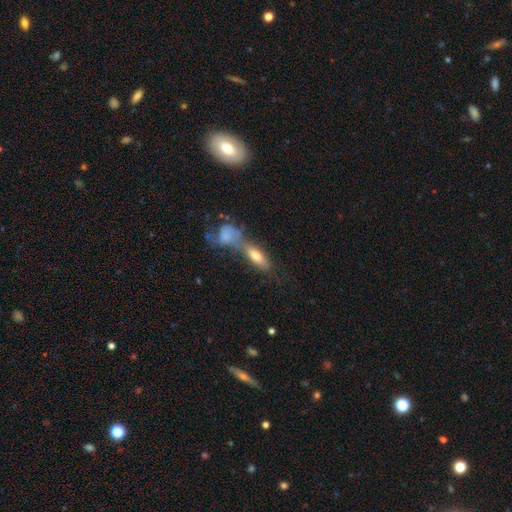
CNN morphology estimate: smooth_or_featured: smooth (p=0.57) [alt: featured or disk p=0.32]
how_rounded: in between (p=0.63) [alt: cigar-shaped p=0.32]
merging: merger (p=0.47) [alt: none p=0.34]